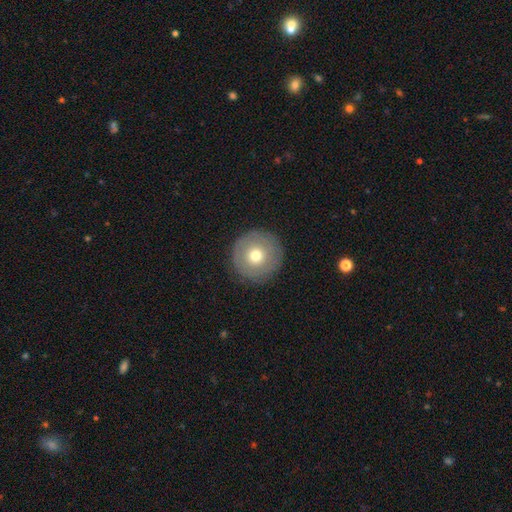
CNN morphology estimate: smooth-or-featured: smooth: 65% | featured or disk: 27% | star or artifact: 9%
  how-rounded: round: 96% | in between: 3% | cigar-shaped: 1%
  merging: none: 90% | minor disturbance: 7% | major disturbance: 2% | merger: 1%